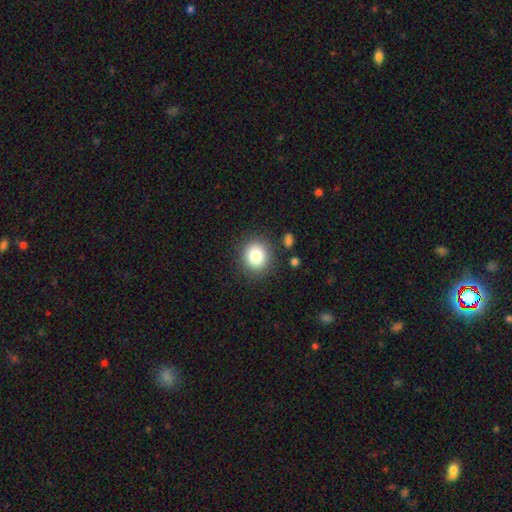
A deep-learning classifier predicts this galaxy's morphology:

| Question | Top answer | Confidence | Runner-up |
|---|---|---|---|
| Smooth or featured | smooth | 80% | star or artifact (11%) |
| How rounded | round | 85% | in between (14%) |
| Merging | none | 87% | minor disturbance (8%) |